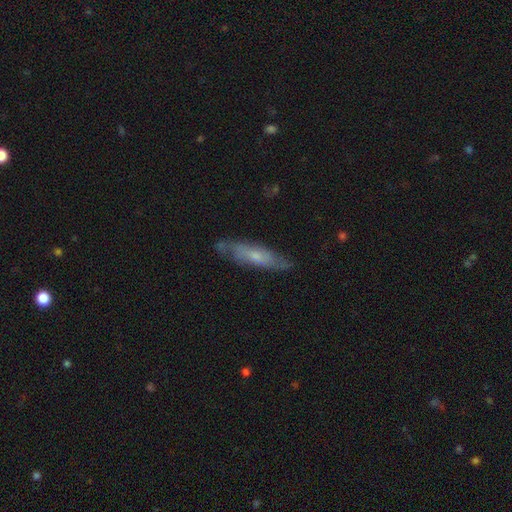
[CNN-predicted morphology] A featured or disk galaxy (47%, tied with smooth).

Vote fractions:
- Smooth or featured? featured or disk: 47% (tied) / smooth: 47% (tied) / star or artifact: 7%
- Merging? none: 72% / minor disturbance: 20% / major disturbance: 5% / merger: 2%